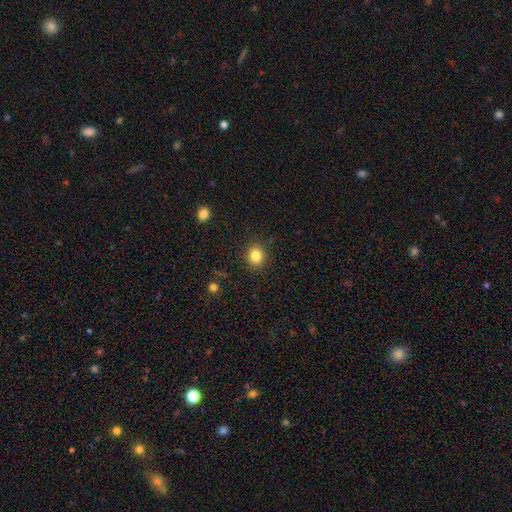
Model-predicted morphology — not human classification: This appears to be a smooth galaxy with no disk features (84%) that is round (78%). Merging: none (89%).